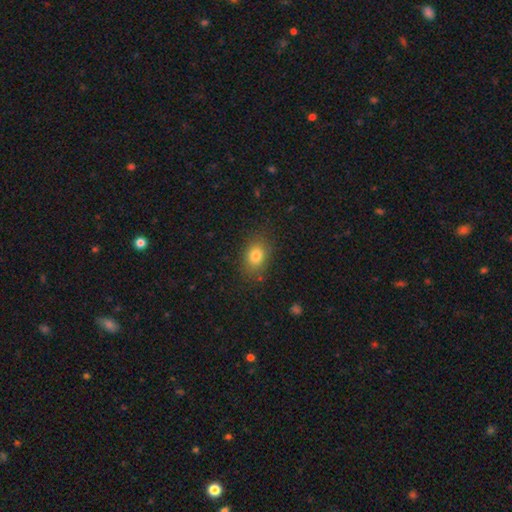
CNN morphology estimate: smooth 81%, star or artifact 11%, featured or disk 8%. Down the decision tree: how rounded — in between (67%); merging — none (82%).